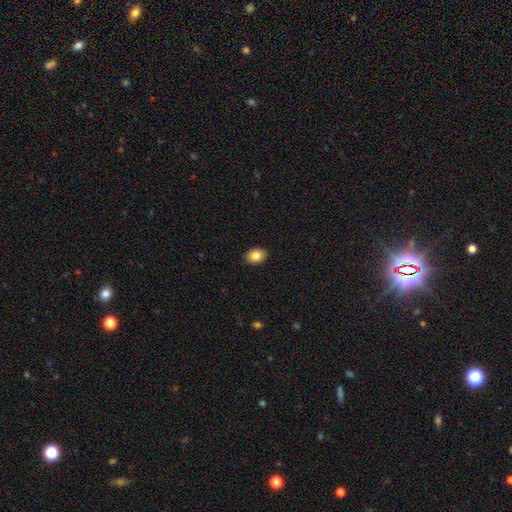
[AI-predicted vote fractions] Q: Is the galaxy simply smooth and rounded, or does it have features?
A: smooth — 85%.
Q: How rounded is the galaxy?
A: in between — 72%.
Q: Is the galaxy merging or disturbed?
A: none — 91%.